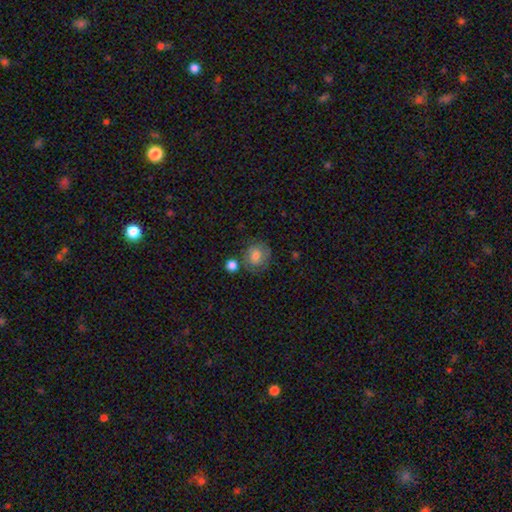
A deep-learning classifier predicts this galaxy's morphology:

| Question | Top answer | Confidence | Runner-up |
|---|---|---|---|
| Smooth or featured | smooth | 68% | featured or disk (23%) |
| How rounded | round | 76% | in between (23%) |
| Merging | none | 68% | minor disturbance (18%) |